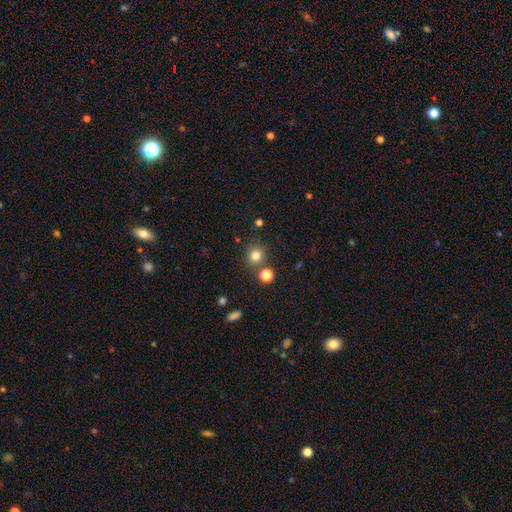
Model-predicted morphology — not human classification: A smooth galaxy with no disk features (80%) that is round (87%).

Vote fractions:
- Smooth or featured? smooth: 80% / star or artifact: 14% / featured or disk: 6%
- How rounded? round: 87% / in between: 12% / cigar-shaped: 1%
- Merging? none: 78% / merger: 10% / minor disturbance: 9% / major disturbance: 3%